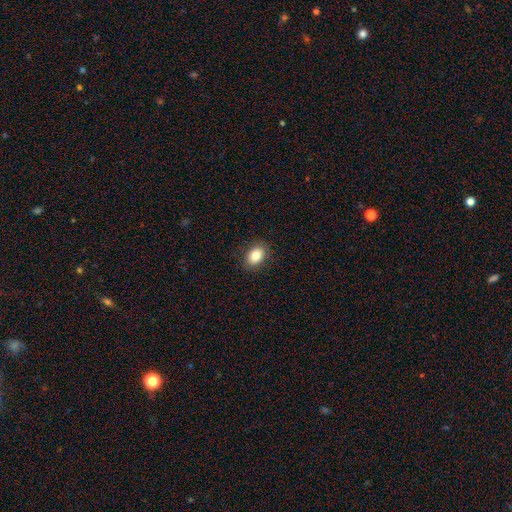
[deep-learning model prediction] The model was most divided on "how rounded": in between: 75%, round: 23%, cigar-shaped: 1%. More confident: merging — none (88%); smooth or featured — smooth (83%).